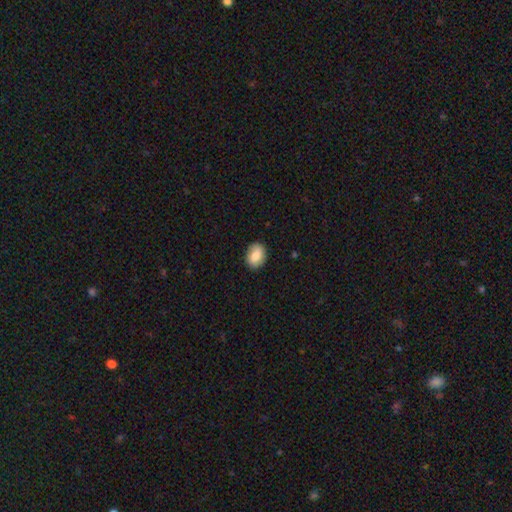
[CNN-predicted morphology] smooth 85%, featured or disk 9%, star or artifact 7%. Down the decision tree: how rounded — in between (74%); merging — none (87%).